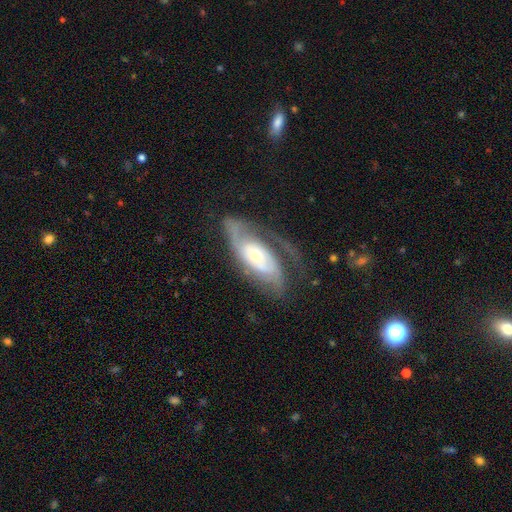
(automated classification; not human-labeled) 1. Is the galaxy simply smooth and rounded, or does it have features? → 80% featured or disk, 15% smooth, 5% star or artifact.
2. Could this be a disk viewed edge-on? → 90% no, 10% yes.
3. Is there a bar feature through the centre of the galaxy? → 69% no, 23% weak, 8% strong.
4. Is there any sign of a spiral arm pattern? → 89% yes, 11% no.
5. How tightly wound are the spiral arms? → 43% tight, 37% medium, 20% loose.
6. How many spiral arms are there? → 49% 2, 23% can't tell, 17% 1, 7% 3, 2% 4, 2% more than 4.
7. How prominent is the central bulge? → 59% moderate, 32% small, 7% large, 1% dominant, 1% none.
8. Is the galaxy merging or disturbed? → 52% none, 24% major disturbance, 22% minor disturbance, 2% merger.